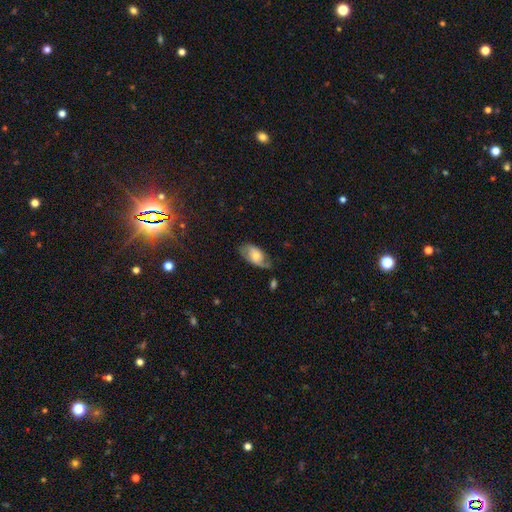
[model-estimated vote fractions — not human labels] Overall: featured or disk (49%; smooth 43%). Merging: none (58%; minor disturbance 28%).